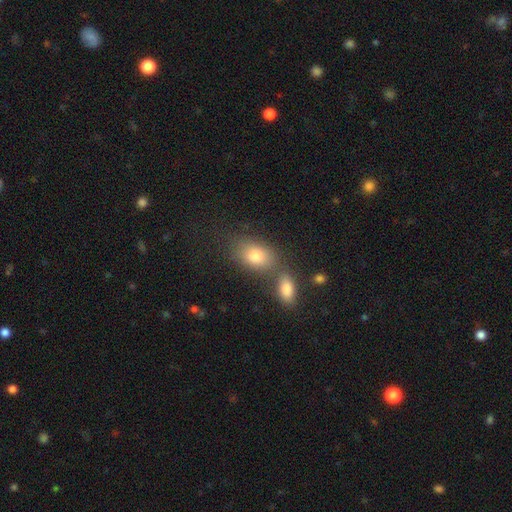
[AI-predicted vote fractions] Morphology: type=smooth (78%); roundness=in between (79%); merging=none (53%).